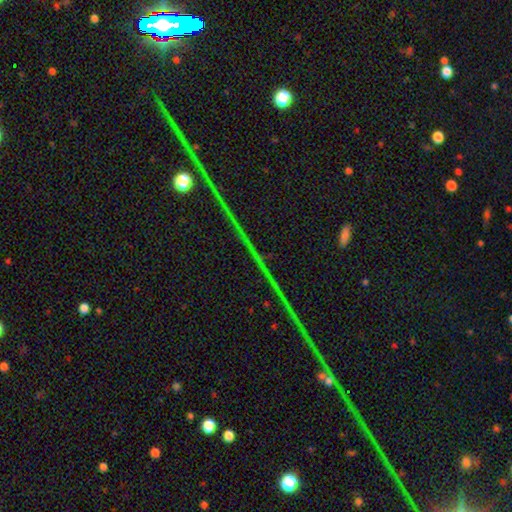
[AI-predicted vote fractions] Smooth or featured? Predicted: star or artifact (p=0.76).